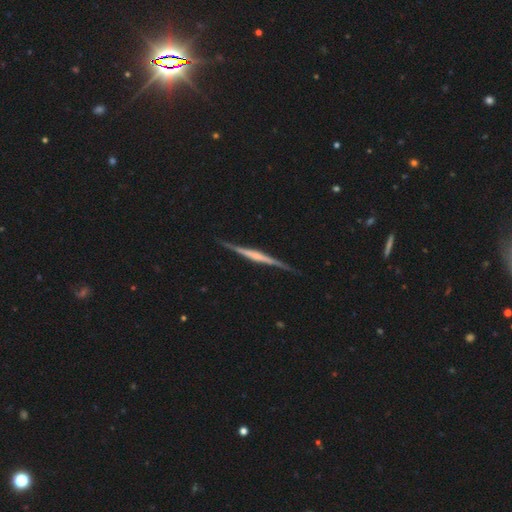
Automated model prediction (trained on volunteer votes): A featured or disk galaxy (76%) viewed edge-on (98%) with no central bulge (38%).

Vote fractions:
- Smooth or featured? featured or disk: 76% / smooth: 19% / star or artifact: 5%
- Edge-on disk? yes: 98% / no: 2%
- Edge-on bulge? none: 38% / rounded: 31% / boxy: 30%
- Merging? none: 87% / minor disturbance: 10% / major disturbance: 2% / merger: 1%